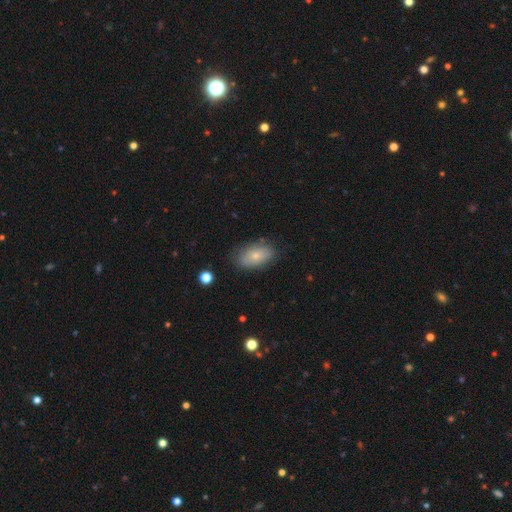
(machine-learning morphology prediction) Q: Smooth or featured?
A: smooth (72%); runner-up: featured or disk (20%)
Q: How rounded?
A: in between (91%); runner-up: round (7%)
Q: Merging?
A: none (76%); runner-up: minor disturbance (18%)